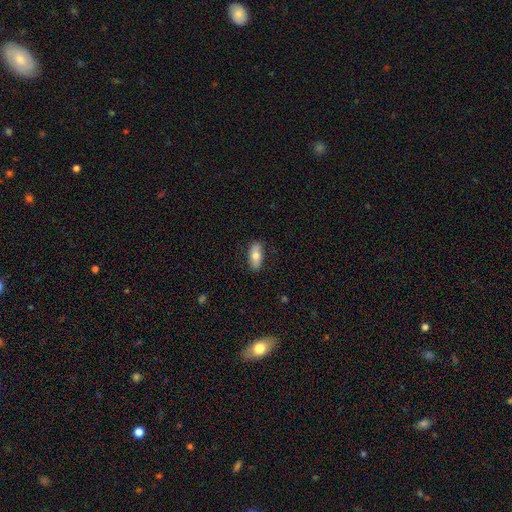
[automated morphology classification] The model was most divided on "smooth or featured": smooth: 73%, featured or disk: 20%, star or artifact: 6%. More confident: merging — none (85%); how rounded — in between (82%).